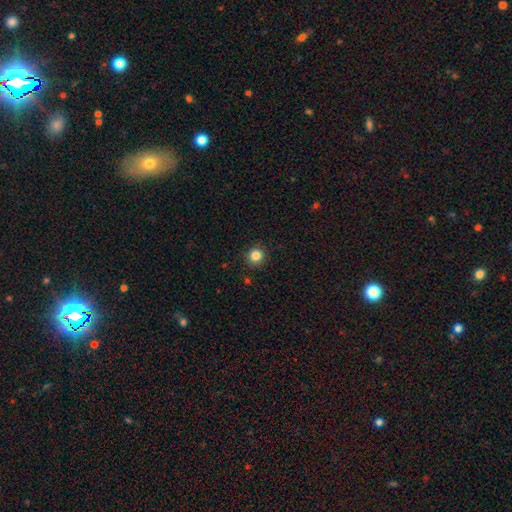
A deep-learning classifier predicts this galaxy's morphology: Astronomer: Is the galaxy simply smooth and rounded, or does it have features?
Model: smooth — 84%.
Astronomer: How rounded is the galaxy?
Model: round — 93%.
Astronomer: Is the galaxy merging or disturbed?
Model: none — 91%.